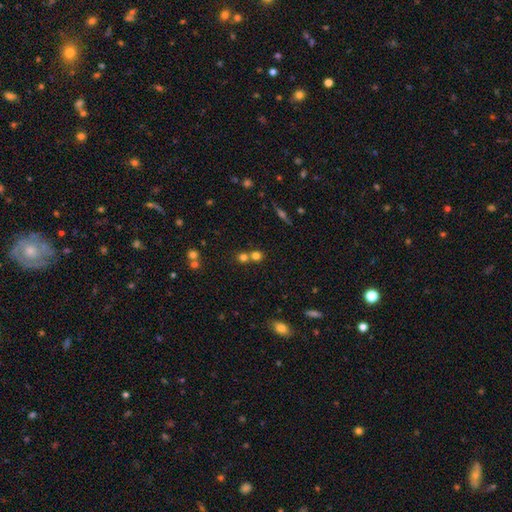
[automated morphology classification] Q: Smooth or featured?
A: smooth (70%); runner-up: star or artifact (19%)
Q: How rounded?
A: round (89%); runner-up: in between (10%)
Q: Merging?
A: none (52%); runner-up: merger (40%)